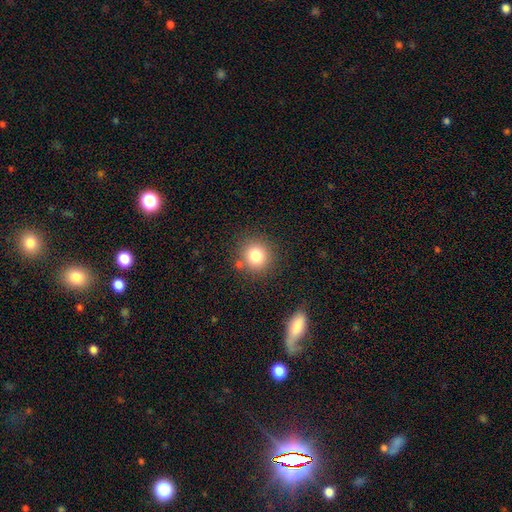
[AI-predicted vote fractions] smooth-or-featured: smooth: 81% | star or artifact: 12% | featured or disk: 8%
  how-rounded: round: 90% | in between: 9% | cigar-shaped: 1%
  merging: none: 83% | minor disturbance: 9% | merger: 5% | major disturbance: 3%